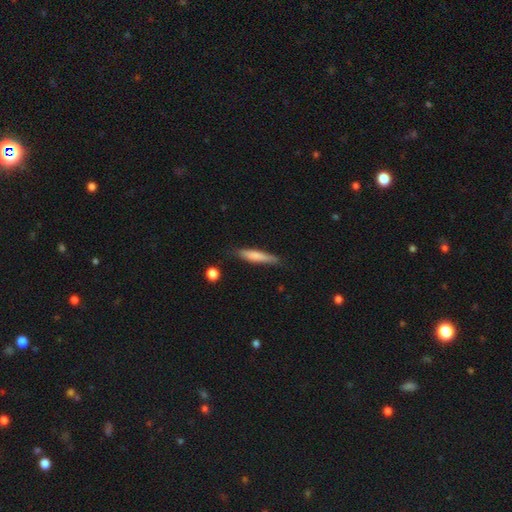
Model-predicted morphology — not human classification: This is likely a smooth galaxy (73%). How rounded: clearly cigar-shaped (87%). Merging: likely none (79%).